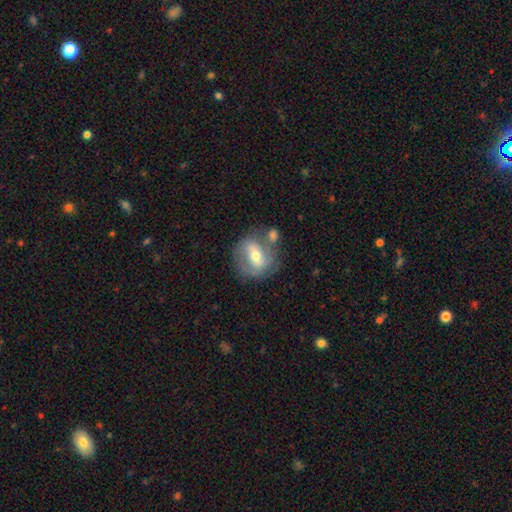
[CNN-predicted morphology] A featured or disk galaxy (62%) with a weak bar (42%), spiral arms (68%) and a moderate central bulge (68%).

Vote fractions:
- Smooth or featured? featured or disk: 62% / smooth: 31% / star or artifact: 7%
- Edge-on disk? no: 95% / yes: 5%
- Bar? weak: 42% / strong: 33% / no: 25%
- Spiral arms? yes: 68% / no: 32%
- Bulge size? moderate: 68% / small: 24% / large: 6% / none: 1% / dominant: 1%
- Merging? none: 54% / merger: 20% / minor disturbance: 18% / major disturbance: 9%